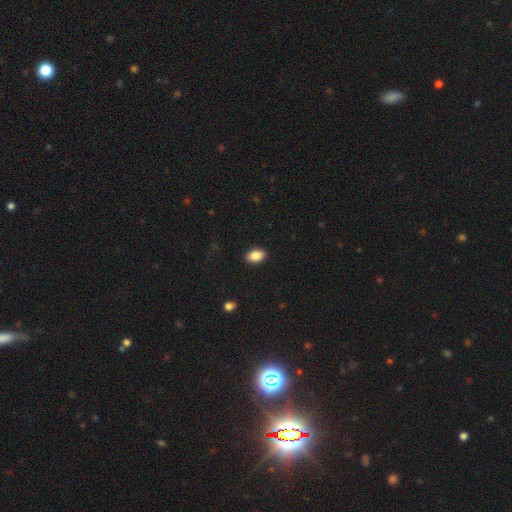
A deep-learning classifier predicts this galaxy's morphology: This appears to be a smooth galaxy with no disk features (87%) that is in between round and cigar-shaped (87%). Merging: none (90%).